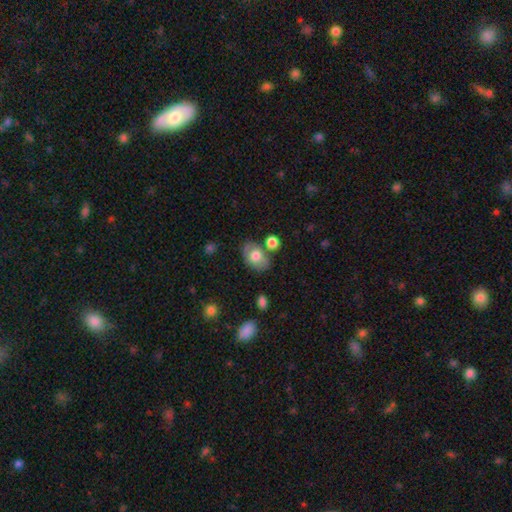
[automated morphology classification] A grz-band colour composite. It shows a smooth galaxy with no disk features (66%) that is in between round and cigar-shaped (83%). Merging: none (69%).